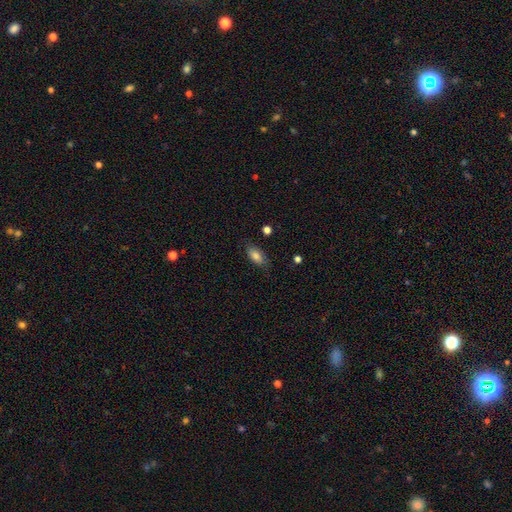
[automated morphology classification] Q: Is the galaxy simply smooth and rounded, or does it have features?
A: smooth — 80%.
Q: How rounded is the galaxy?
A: in between — 87%.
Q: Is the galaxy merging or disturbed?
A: none — 77%.